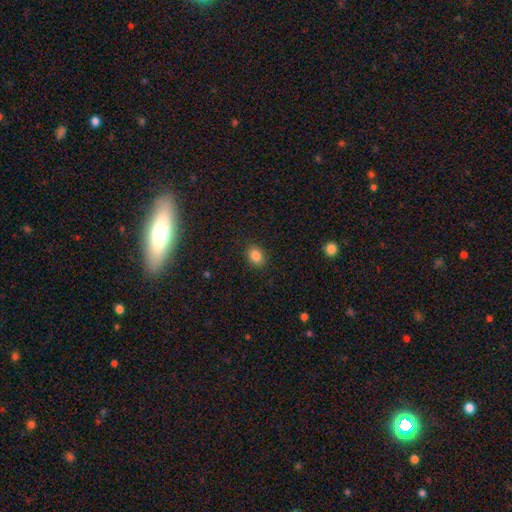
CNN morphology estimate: type=smooth (85%); roundness=in between (69%); merging=none (88%).